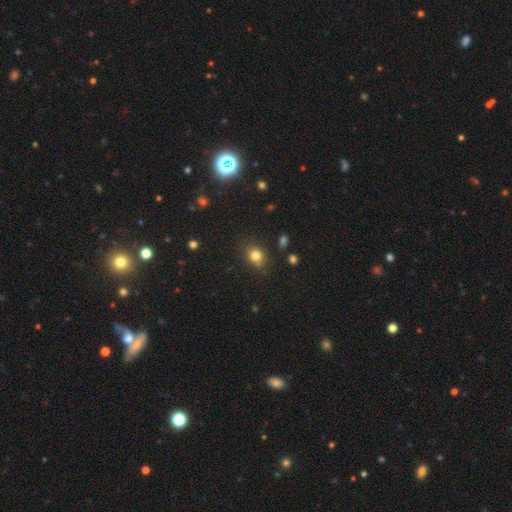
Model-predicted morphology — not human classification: Smooth or featured?
  - smooth: 81% *
  - star or artifact: 12%
  - featured or disk: 7%
How rounded?
  - round: 58% *
  - in between: 41%
  - cigar-shaped: 1%
Merging?
  - none: 77% *
  - minor disturbance: 16%
  - major disturbance: 4%
  - merger: 3%